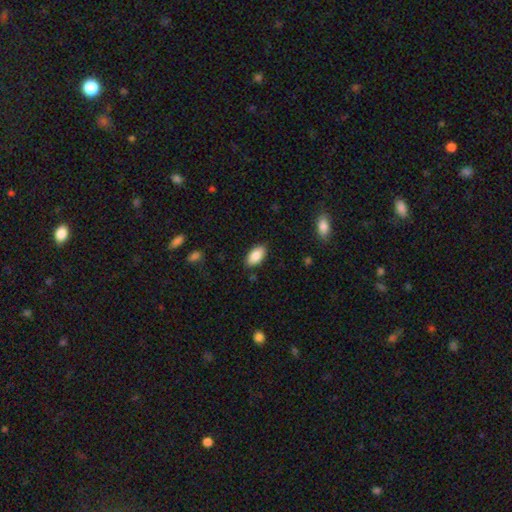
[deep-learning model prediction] Q: Smooth or featured?
A: smooth (86%); runner-up: featured or disk (7%)
Q: How rounded?
A: in between (94%); runner-up: round (3%)
Q: Merging?
A: none (86%); runner-up: minor disturbance (10%)